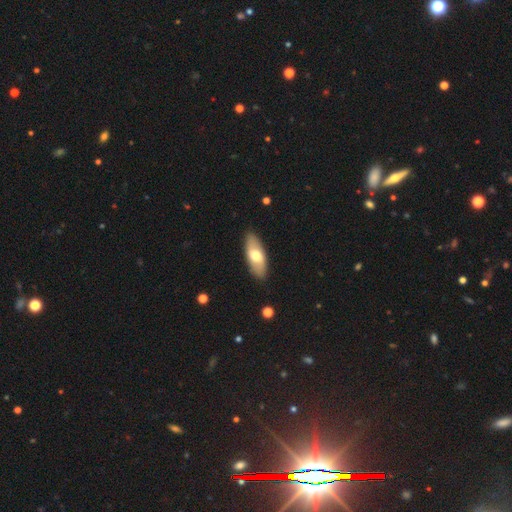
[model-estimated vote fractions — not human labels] Smooth or featured? smooth (62%)
How rounded? in between (83%)
Merging? none (88%)